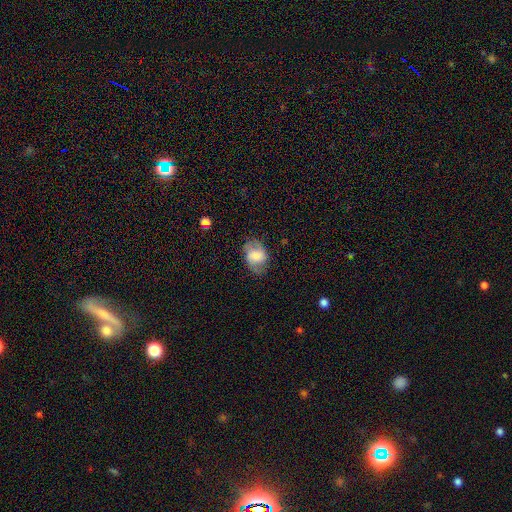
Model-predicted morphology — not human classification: Smooth or featured: featured or disk — 49% (smooth — 43%)
Merging: none — 71% (minor disturbance — 20%)